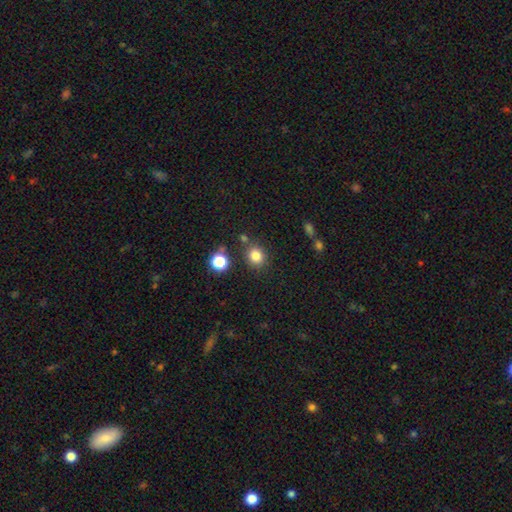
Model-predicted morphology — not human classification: Smooth or featured?
  - smooth: 81% *
  - star or artifact: 14%
  - featured or disk: 5%
How rounded?
  - round: 77% *
  - in between: 22%
  - cigar-shaped: 1%
Merging?
  - none: 79% *
  - minor disturbance: 10%
  - merger: 7%
  - major disturbance: 4%